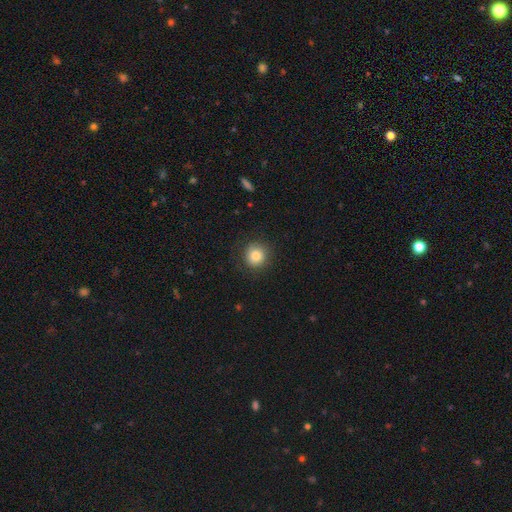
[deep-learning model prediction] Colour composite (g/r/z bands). It shows a smooth galaxy with no disk features (82%) that is round (93%). Merging: none (89%).